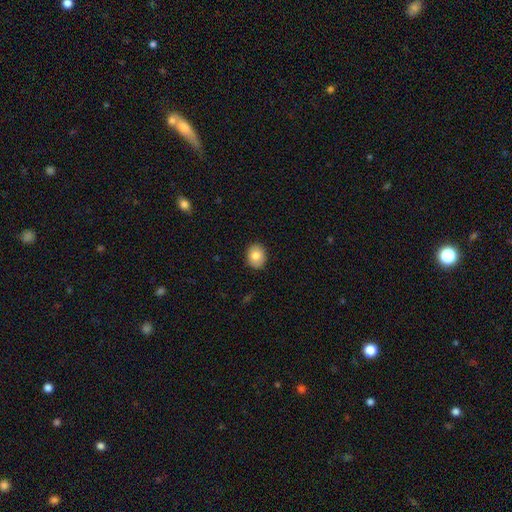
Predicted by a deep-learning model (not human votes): Overall: smooth (82%). How rounded: round (56%; in between 43%). Merging: none (90%).